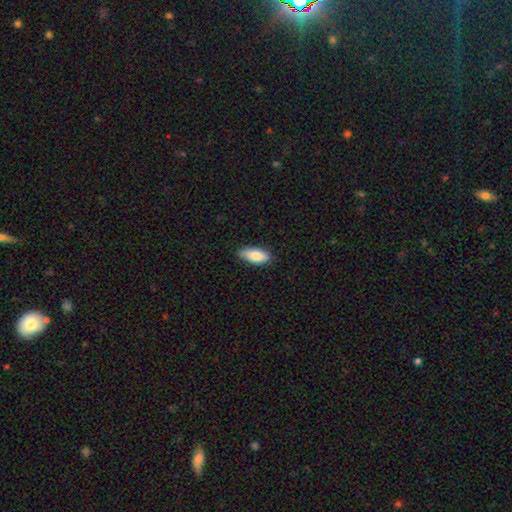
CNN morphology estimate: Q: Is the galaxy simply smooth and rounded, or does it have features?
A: smooth — 84%.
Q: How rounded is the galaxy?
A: in between — 84%.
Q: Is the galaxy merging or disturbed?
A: none — 82%.